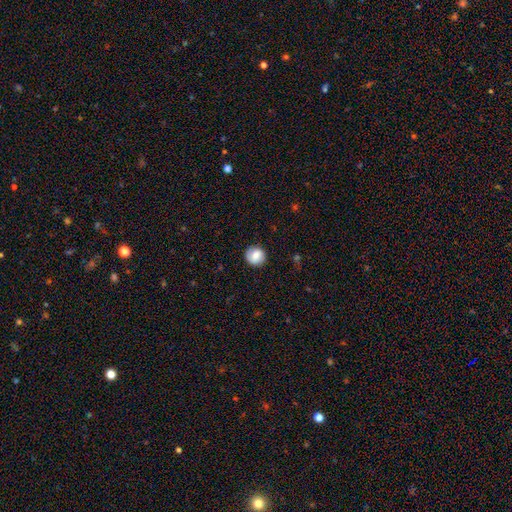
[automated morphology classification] Q: Smooth or featured?
A: smooth (79%); runner-up: featured or disk (13%)
Q: How rounded?
A: round (92%); runner-up: in between (7%)
Q: Merging?
A: none (89%); runner-up: minor disturbance (8%)